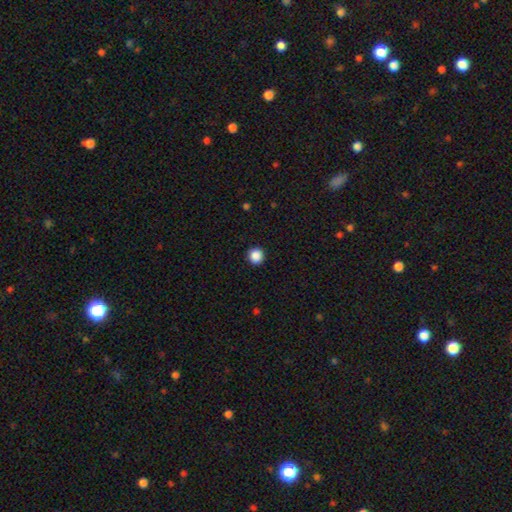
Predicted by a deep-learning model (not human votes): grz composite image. It shows a smooth galaxy with no disk features (88%) that is round (94%). Merging: none (93%).